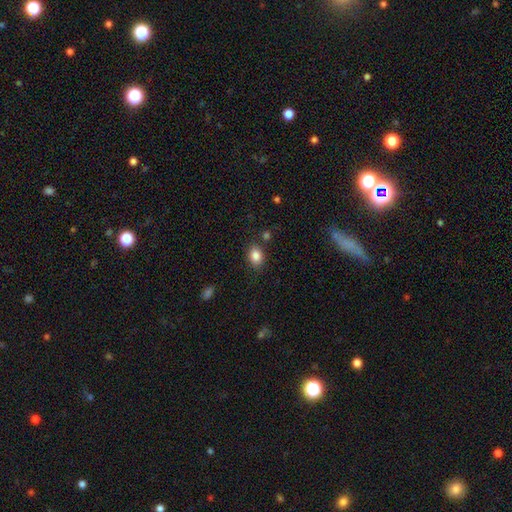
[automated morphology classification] A smooth galaxy with no disk features (85%) that is in between round and cigar-shaped (68%).

Vote fractions:
- Smooth or featured? smooth: 85% / star or artifact: 9% / featured or disk: 6%
- How rounded? in between: 68% / round: 30% / cigar-shaped: 1%
- Merging? none: 80% / minor disturbance: 12% / merger: 5% / major disturbance: 3%